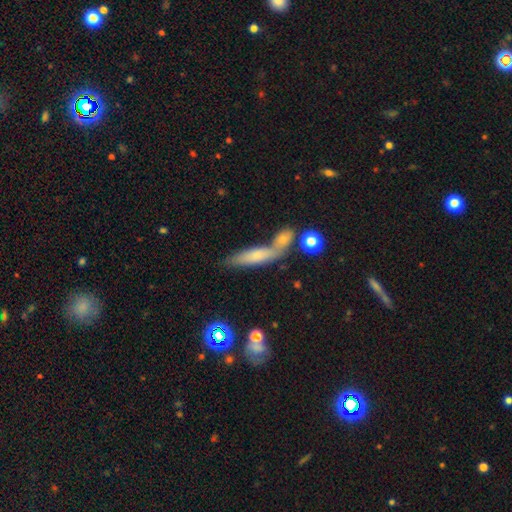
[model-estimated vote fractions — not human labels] This appears to be a smooth galaxy with no disk features (61%) that is cigar-shaped (71%). Merging: none (41%).